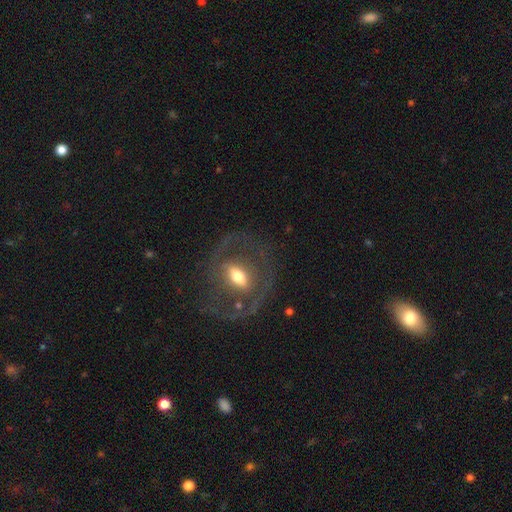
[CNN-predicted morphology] Overall: featured or disk (66%). Edge-on disk: no (94%). Bar: no (46%; weak 34%). Spiral arms: yes (56%; no 44%). Bulge size: moderate (69%). Merging: none (79%).